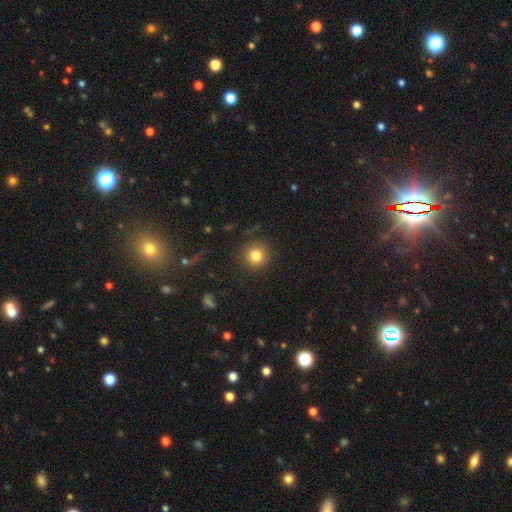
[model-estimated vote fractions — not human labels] Q: Smooth or featured?
A: smooth (81%); runner-up: star or artifact (12%)
Q: How rounded?
A: round (94%); runner-up: in between (5%)
Q: Merging?
A: none (88%); runner-up: minor disturbance (7%)